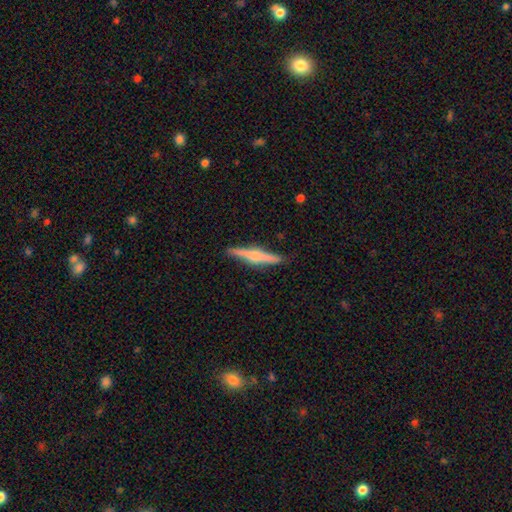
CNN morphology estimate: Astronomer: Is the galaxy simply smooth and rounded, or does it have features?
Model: featured or disk — 64%.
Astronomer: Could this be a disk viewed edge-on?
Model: yes — 98%.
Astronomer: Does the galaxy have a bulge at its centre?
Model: rounded — 80%.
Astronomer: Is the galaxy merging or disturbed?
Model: none — 89%.